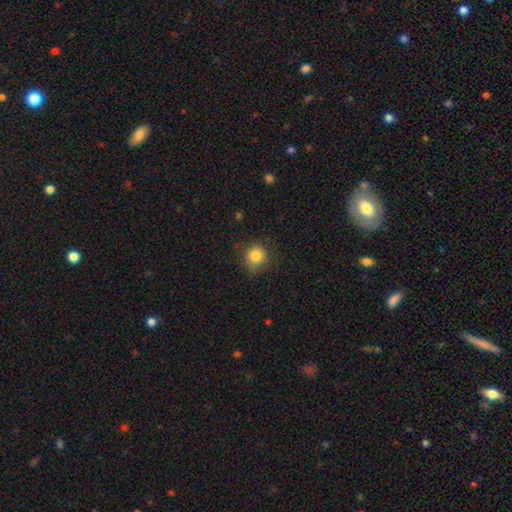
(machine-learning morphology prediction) smooth-or-featured: smooth: 84% | star or artifact: 11% | featured or disk: 6%
  how-rounded: round: 88% | in between: 11% | cigar-shaped: 1%
  merging: none: 81% | minor disturbance: 14% | major disturbance: 4% | merger: 1%